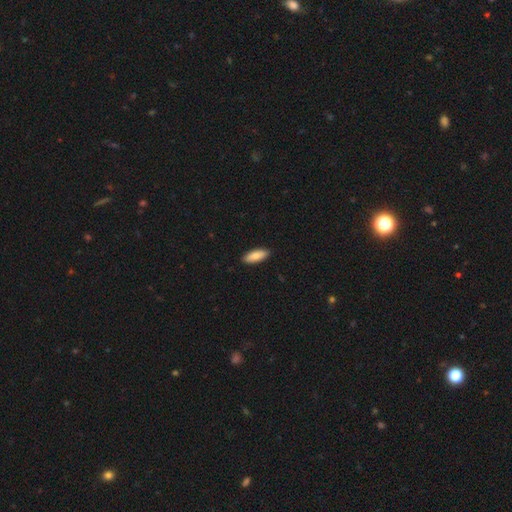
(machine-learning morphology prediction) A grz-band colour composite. It shows a smooth galaxy with no disk features (83%) that is in between round and cigar-shaped (74%). Merging: none (90%).